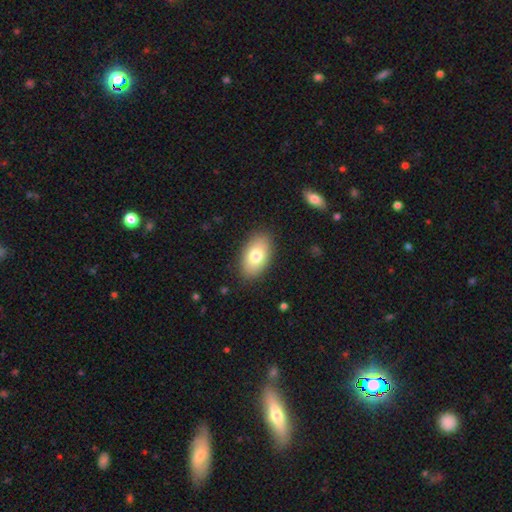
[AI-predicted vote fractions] This appears to be a smooth galaxy with no disk features (78%) that is in between round and cigar-shaped (93%). Merging: none (86%).